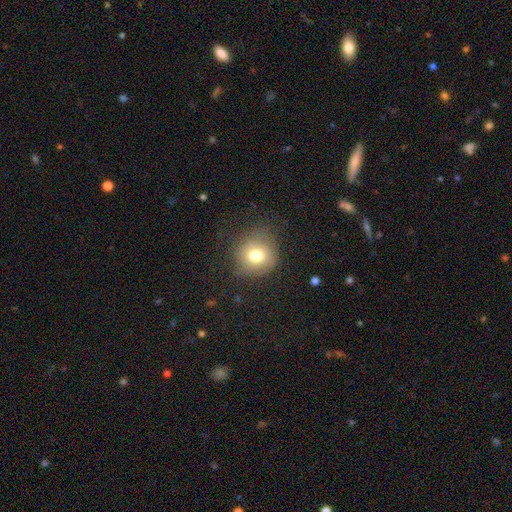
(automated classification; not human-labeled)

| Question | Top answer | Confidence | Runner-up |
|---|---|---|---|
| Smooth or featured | smooth | 75% | featured or disk (13%) |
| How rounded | round | 86% | in between (13%) |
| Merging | none | 70% | minor disturbance (20%) |